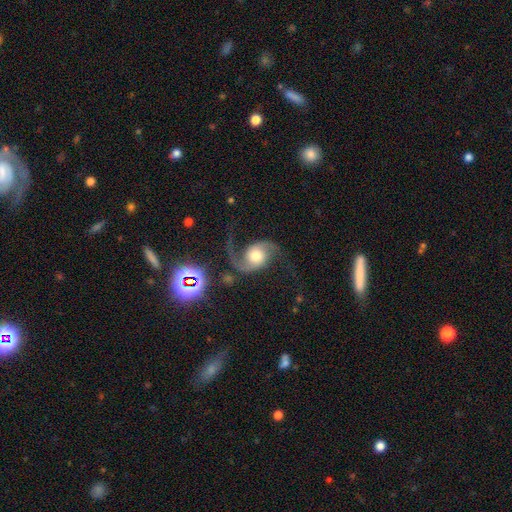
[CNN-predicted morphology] smooth_or_featured: featured or disk (p=0.86) [alt: smooth p=0.07]
disk_edge_on: no (p=0.98) [alt: yes p=0.02]
bar: no (p=0.67) [alt: weak p=0.25]
has_spiral_arms: yes (p=0.97) [alt: no p=0.03]
spiral_winding: loose (p=0.69) [alt: medium p=0.26]
spiral_arm_count: 2 (p=0.92) [alt: 1 p=0.04]
bulge_size: moderate (p=0.58) [alt: large p=0.24]
merging: none (p=0.64) [alt: major disturbance p=0.16]